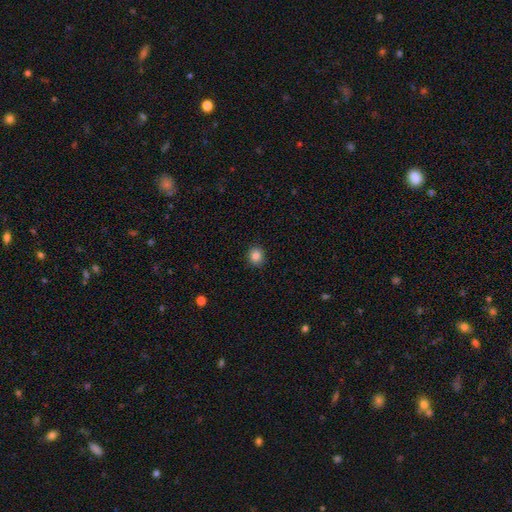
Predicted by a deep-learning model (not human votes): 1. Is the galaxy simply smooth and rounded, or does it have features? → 85% smooth, 11% star or artifact, 4% featured or disk.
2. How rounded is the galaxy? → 82% round, 17% in between, 1% cigar-shaped.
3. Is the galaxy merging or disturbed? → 91% none, 6% minor disturbance, 2% major disturbance, 1% merger.